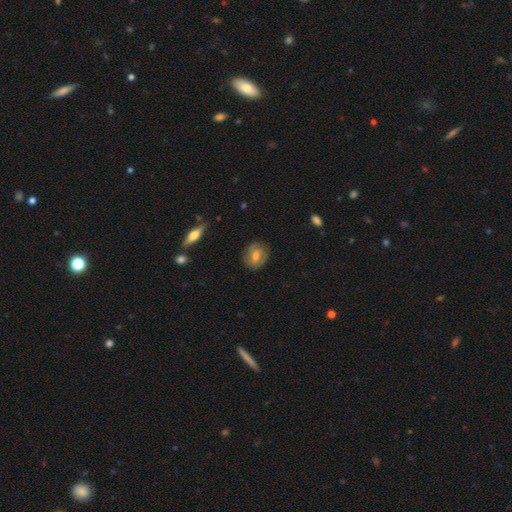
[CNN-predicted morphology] This is possibly a smooth galaxy (46%, tied with featured or disk). Merging: clearly none (82%).